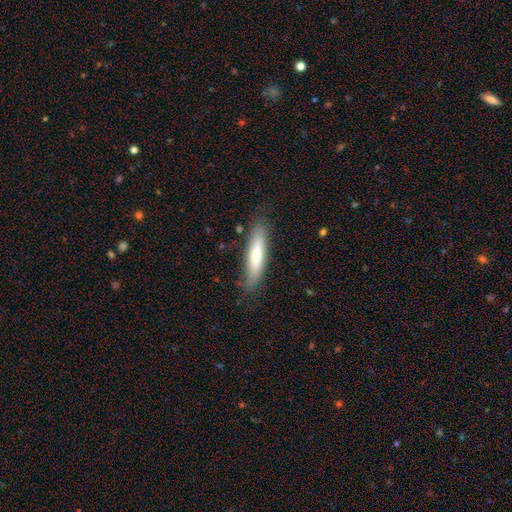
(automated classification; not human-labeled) This is likely a smooth galaxy (65%). How rounded: likely cigar-shaped (73%). Merging: clearly none (80%).